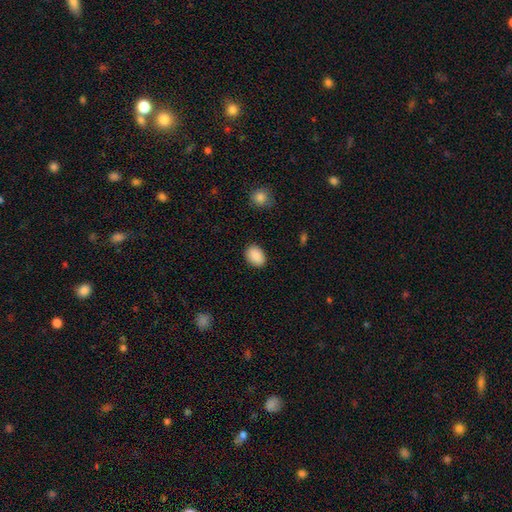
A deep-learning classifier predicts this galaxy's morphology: Overall: smooth (90%). How rounded: in between (81%). Merging: none (87%).